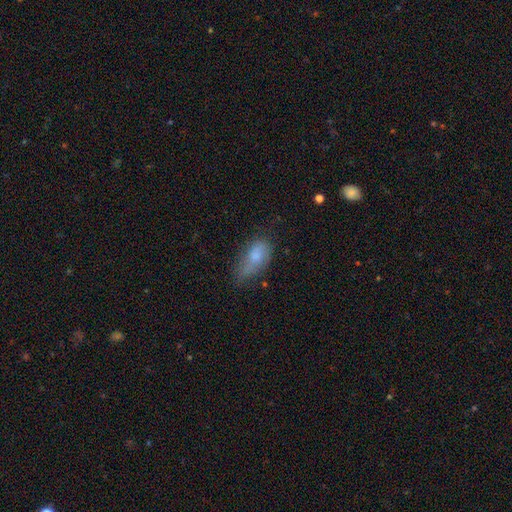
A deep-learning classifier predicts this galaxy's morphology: Smooth or featured? Predicted: smooth (p=0.71). How rounded? Predicted: in between (p=0.87). Merging? Predicted: none (p=0.41).